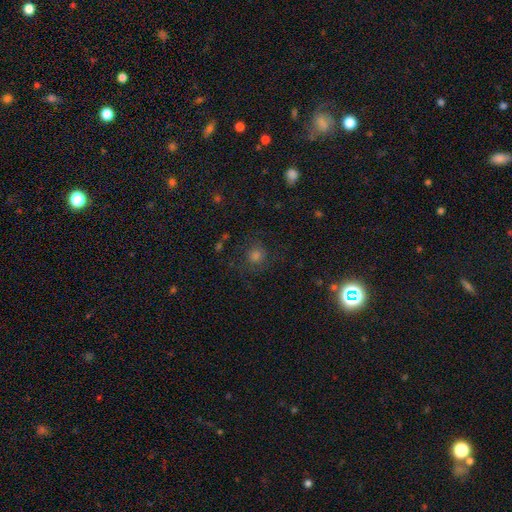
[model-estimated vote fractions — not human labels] This appears to be a smooth galaxy with no disk features (55%) that is round (89%). Merging: none (78%).